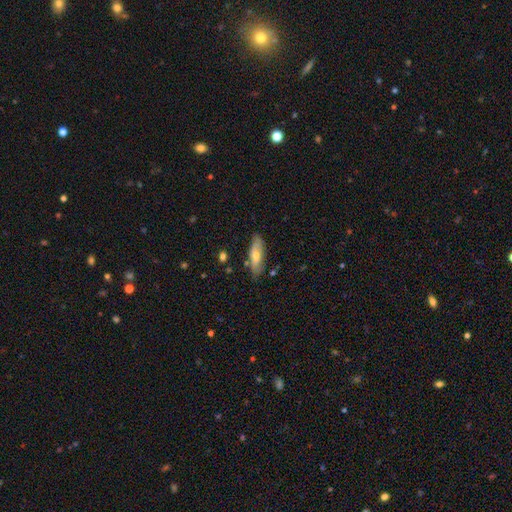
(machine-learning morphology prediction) smooth 58%, featured or disk 36%, star or artifact 6%. Down the decision tree: how rounded — in between (61%); merging — none (76%).